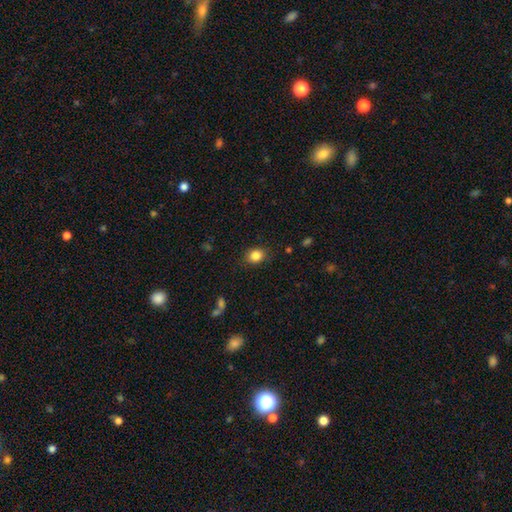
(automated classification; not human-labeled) This appears to be a smooth galaxy with no disk features (85%) that is round (54%). Merging: none (85%).